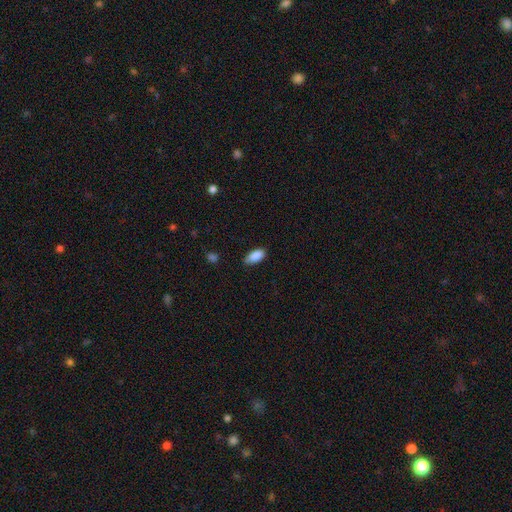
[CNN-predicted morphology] smooth-or-featured: smooth: 89% | star or artifact: 7% | featured or disk: 5%
  how-rounded: in between: 90% | cigar-shaped: 7% | round: 2%
  merging: none: 80% | minor disturbance: 16% | major disturbance: 3% | merger: 1%